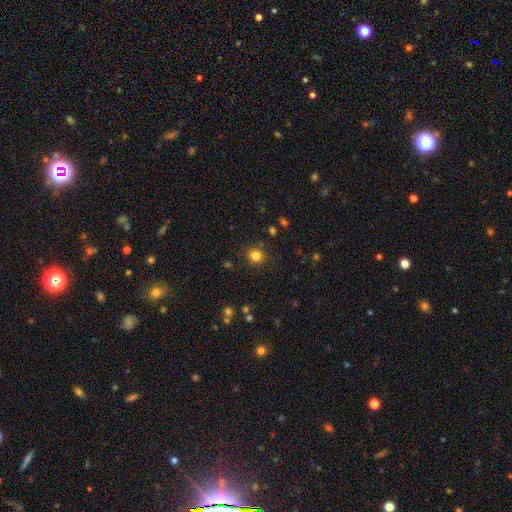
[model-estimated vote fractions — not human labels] smooth 82%, star or artifact 13%, featured or disk 5%. Down the decision tree: how rounded — round (81%); merging — none (87%).